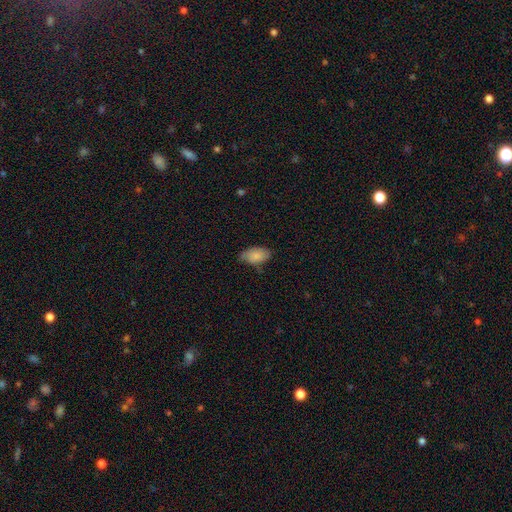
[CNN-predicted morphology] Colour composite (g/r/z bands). It shows a smooth galaxy with no disk features (83%) that is in between round and cigar-shaped (94%). Merging: none (64%).